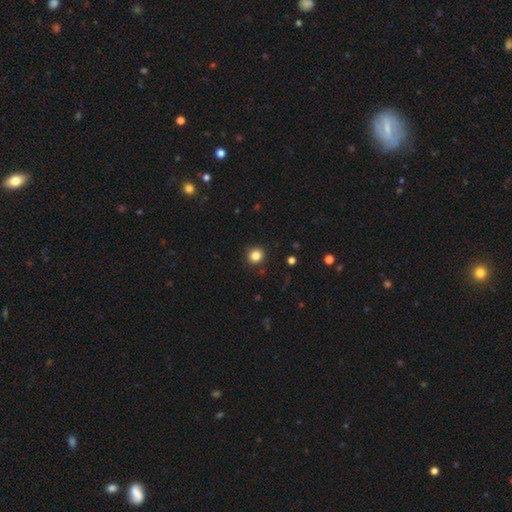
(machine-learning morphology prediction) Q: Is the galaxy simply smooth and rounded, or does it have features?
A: smooth — 84%.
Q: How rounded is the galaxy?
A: round — 91%.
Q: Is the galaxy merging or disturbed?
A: none — 89%.